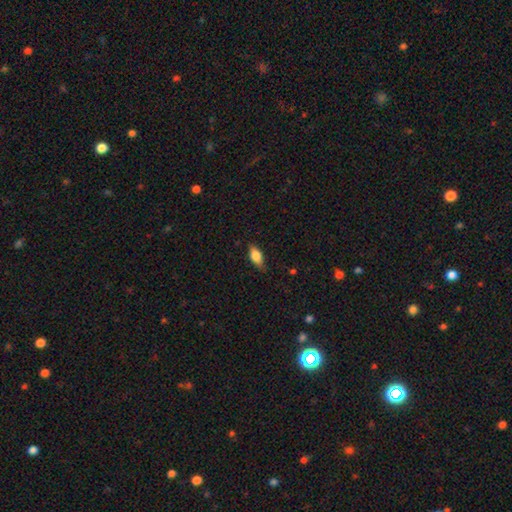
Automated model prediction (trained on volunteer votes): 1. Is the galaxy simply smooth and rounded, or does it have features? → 77% smooth, 16% featured or disk, 7% star or artifact.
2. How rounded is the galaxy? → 84% in between, 11% cigar-shaped, 5% round.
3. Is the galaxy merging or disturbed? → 77% none, 18% minor disturbance, 3% major disturbance, 1% merger.